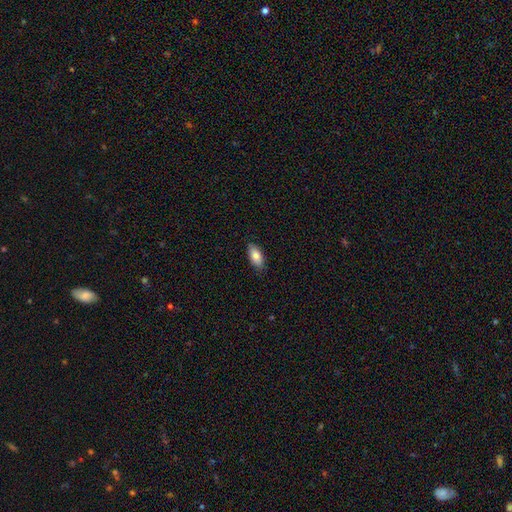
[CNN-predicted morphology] Smooth or featured?
  - smooth: 82% *
  - featured or disk: 11%
  - star or artifact: 6%
How rounded?
  - in between: 90% *
  - cigar-shaped: 8%
  - round: 2%
Merging?
  - none: 85% *
  - minor disturbance: 12%
  - major disturbance: 2%
  - merger: 1%